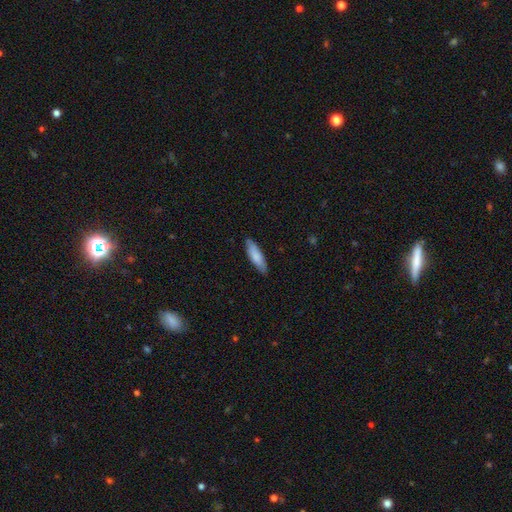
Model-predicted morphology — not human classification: type=smooth (80%); roundness=cigar-shaped (61%); merging=none (84%).